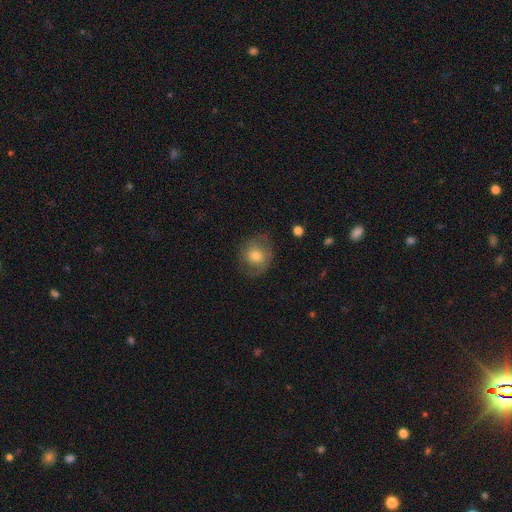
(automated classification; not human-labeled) Smooth or featured: smooth — 65% (featured or disk — 26%)
How rounded: round — 77% (in between — 22%)
Merging: none — 69% (minor disturbance — 20%)